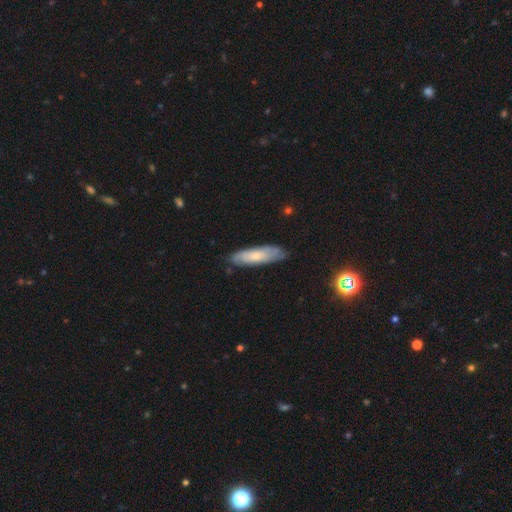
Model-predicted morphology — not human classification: The model was most divided on "smooth or featured": smooth: 49%, featured or disk: 45%, star or artifact: 6%. More confident: merging — none (75%).